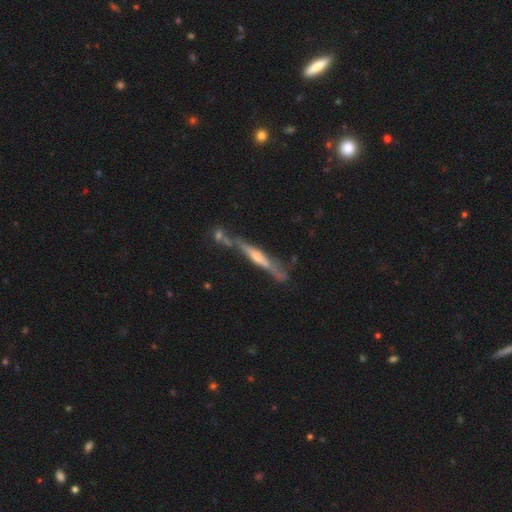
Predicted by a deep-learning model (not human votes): smooth_or_featured: featured or disk (p=0.78) [alt: smooth p=0.14]
disk_edge_on: yes (p=0.94) [alt: no p=0.06]
edge_on_bulge: rounded (p=0.73) [alt: none p=0.17]
merging: none (p=0.61) [alt: minor disturbance p=0.18]